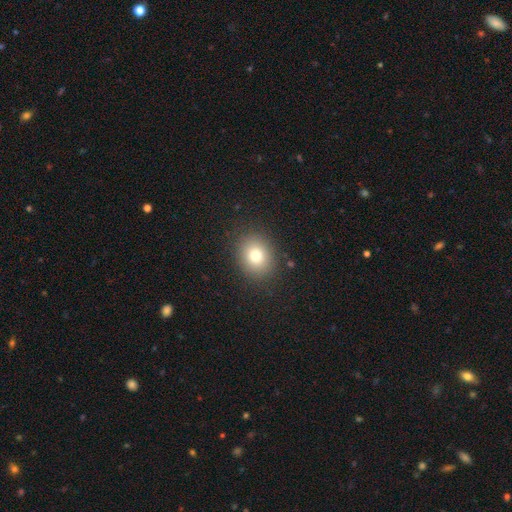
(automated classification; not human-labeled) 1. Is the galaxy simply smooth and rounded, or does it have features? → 79% smooth, 12% star or artifact, 10% featured or disk.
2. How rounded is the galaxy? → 63% round, 36% in between, 1% cigar-shaped.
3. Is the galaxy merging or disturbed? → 87% none, 8% minor disturbance, 3% major disturbance, 1% merger.